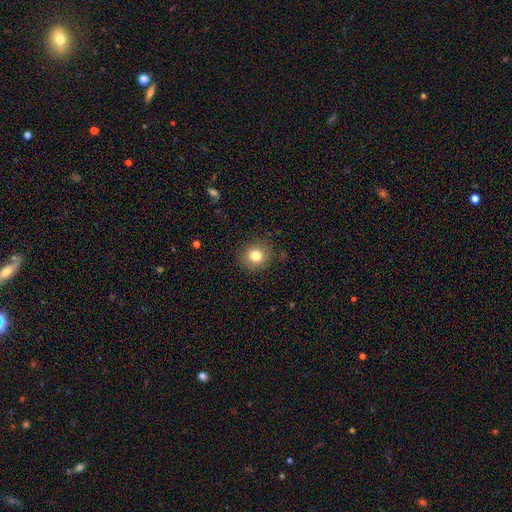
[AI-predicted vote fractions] Overall: smooth (80%). How rounded: round (89%). Merging: none (87%).